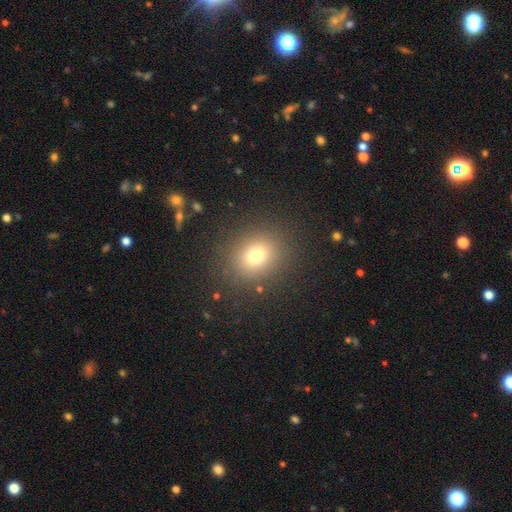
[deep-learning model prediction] A smooth galaxy with no disk features (73%) that is round (70%). Merging: none (87%).